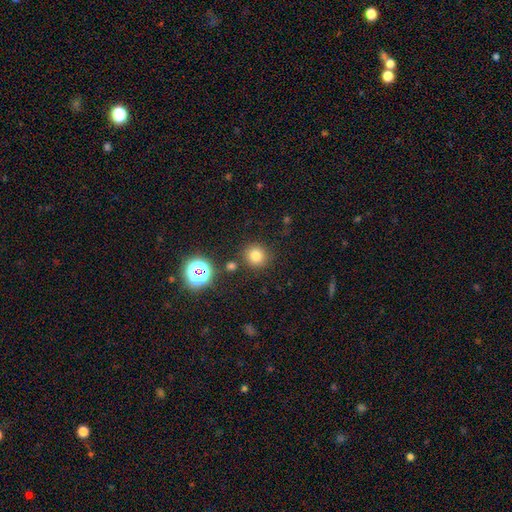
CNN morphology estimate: The model was most divided on "smooth or featured": smooth: 76%, star or artifact: 17%, featured or disk: 7%. More confident: how rounded — round (91%); merging — none (85%).